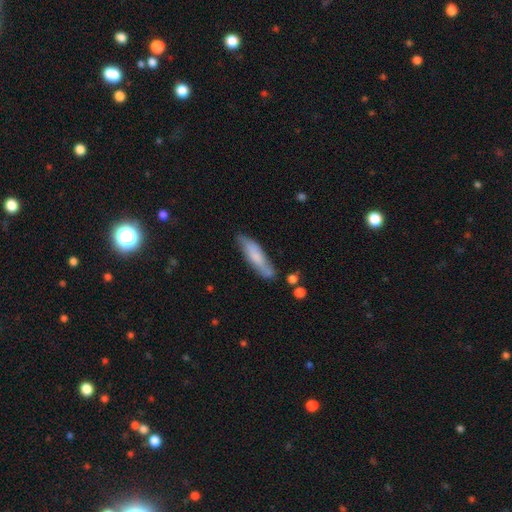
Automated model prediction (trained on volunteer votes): smooth_or_featured: smooth (p=0.62) [alt: featured or disk p=0.32]
how_rounded: cigar-shaped (p=0.71) [alt: in between p=0.27]
merging: none (p=0.71) [alt: minor disturbance p=0.21]